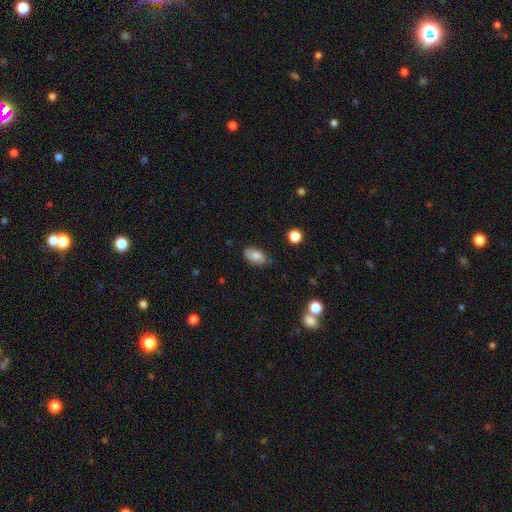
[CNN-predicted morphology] Smooth or featured? smooth (76%)
How rounded? in between (92%)
Merging? none (74%)